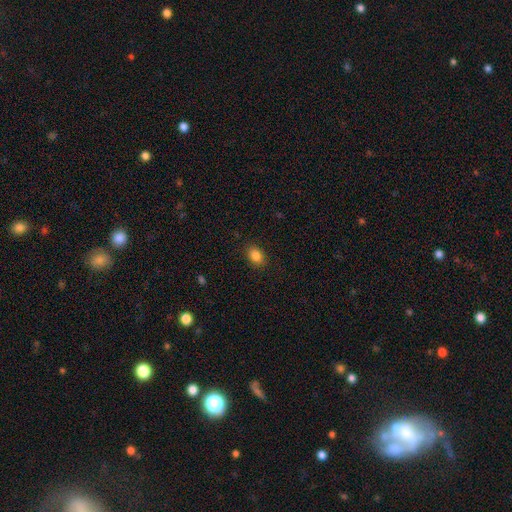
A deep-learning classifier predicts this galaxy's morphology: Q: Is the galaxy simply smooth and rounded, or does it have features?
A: smooth — 86%.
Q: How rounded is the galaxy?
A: in between — 78%.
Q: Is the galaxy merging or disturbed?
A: none — 88%.